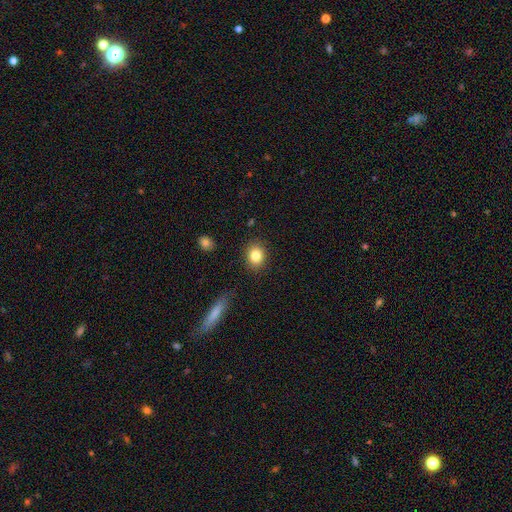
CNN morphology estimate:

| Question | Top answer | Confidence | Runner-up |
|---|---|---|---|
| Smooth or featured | smooth | 83% | star or artifact (9%) |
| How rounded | round | 56% | in between (43%) |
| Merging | none | 88% | minor disturbance (8%) |